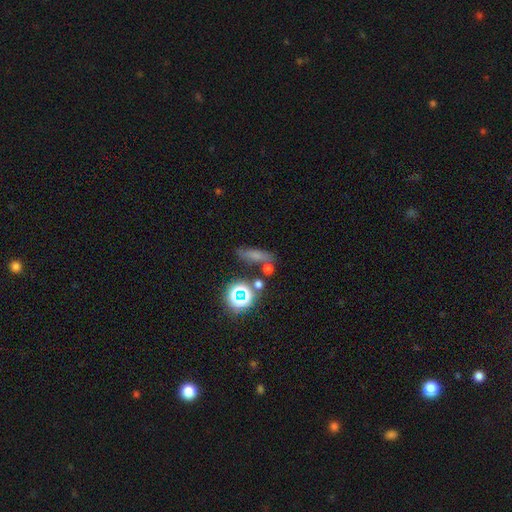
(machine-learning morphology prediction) Smooth or featured?
  - smooth: 58% *
  - star or artifact: 26%
  - featured or disk: 16%
How rounded?
  - cigar-shaped: 50% *
  - in between: 35%
  - round: 14%
Merging?
  - none: 67% *
  - minor disturbance: 16%
  - merger: 10%
  - major disturbance: 6%